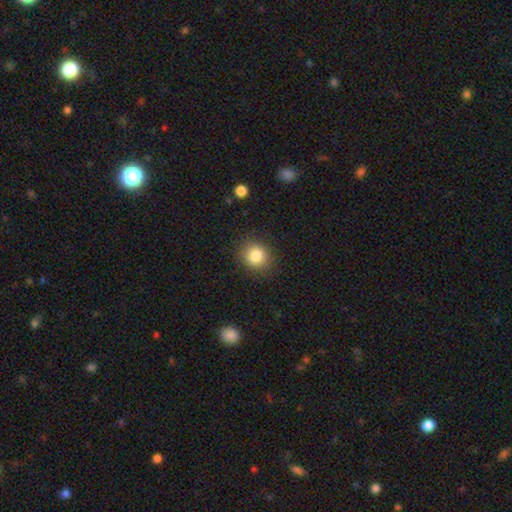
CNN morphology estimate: The model was most divided on "how rounded": round: 75%, in between: 24%, cigar-shaped: 1%. More confident: merging — none (86%); smooth or featured — smooth (84%).